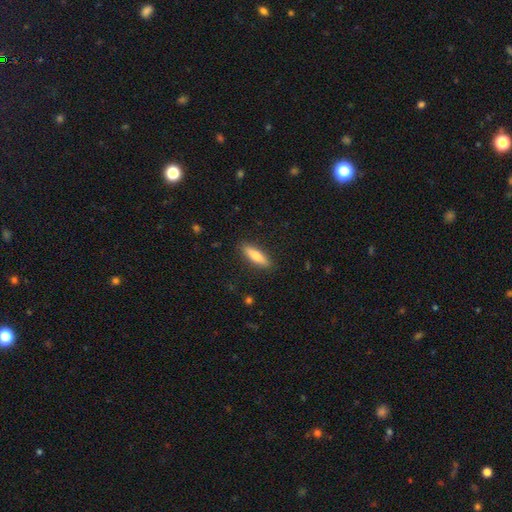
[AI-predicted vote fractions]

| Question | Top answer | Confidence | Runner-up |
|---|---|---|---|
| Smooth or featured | smooth | 71% | featured or disk (23%) |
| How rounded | cigar-shaped | 59% | in between (39%) |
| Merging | none | 89% | minor disturbance (8%) |